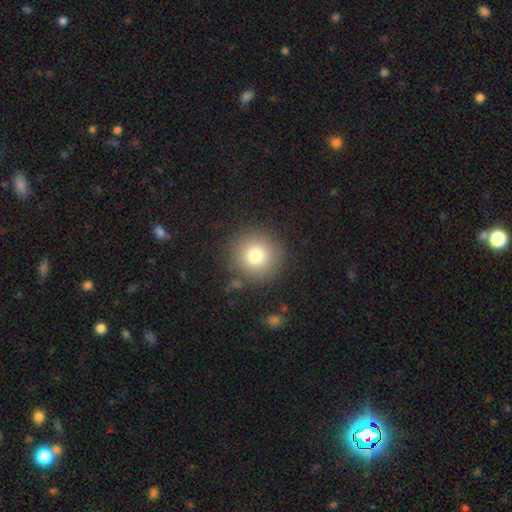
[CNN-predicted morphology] smooth_or_featured: smooth (p=0.79) [alt: star or artifact p=0.12]
how_rounded: round (p=0.96) [alt: in between p=0.03]
merging: none (p=0.88) [alt: minor disturbance p=0.07]